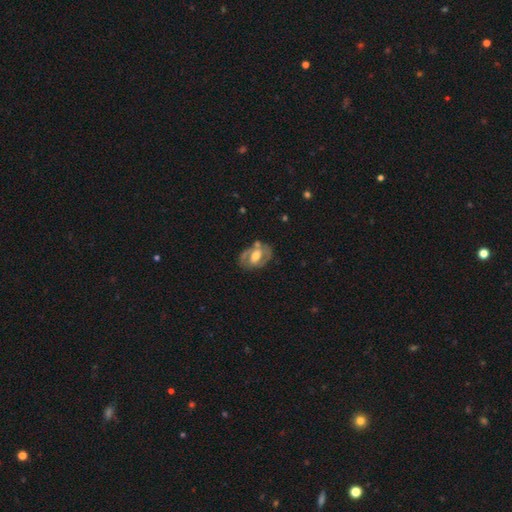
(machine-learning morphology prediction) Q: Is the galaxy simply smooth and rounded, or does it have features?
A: featured or disk — 68%.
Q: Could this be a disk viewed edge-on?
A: no — 95%.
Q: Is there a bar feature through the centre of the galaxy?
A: weak — 40%.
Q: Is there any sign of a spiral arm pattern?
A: yes — 63%.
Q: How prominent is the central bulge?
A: moderate — 63%.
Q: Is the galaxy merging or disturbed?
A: none — 65%.